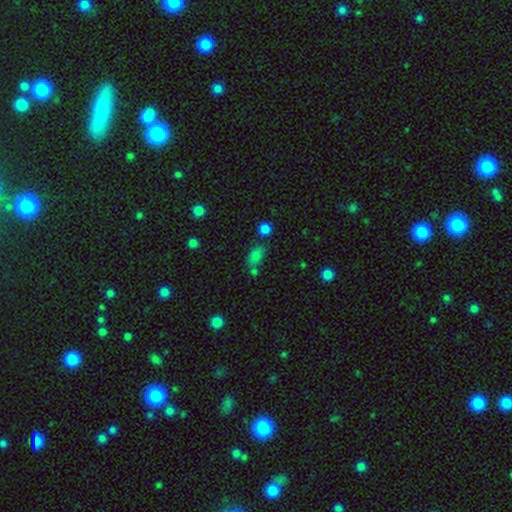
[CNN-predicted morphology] A smooth galaxy with no disk features (76%) that is in between round and cigar-shaped (77%). Merging: none (54%).